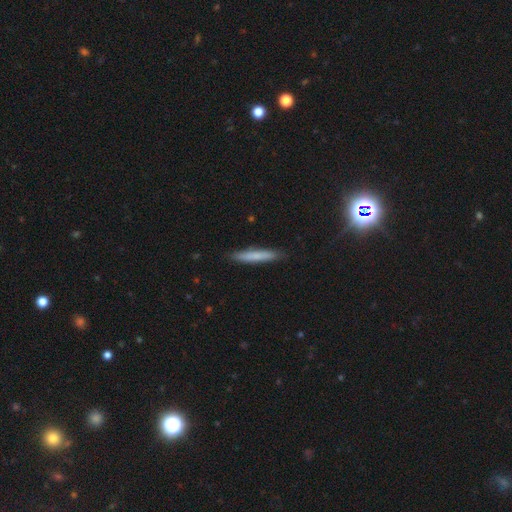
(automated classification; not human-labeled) Overall: smooth (74%). How rounded: cigar-shaped (93%). Merging: none (89%).